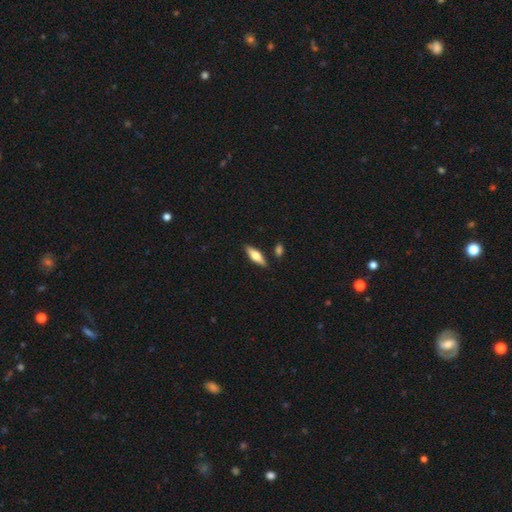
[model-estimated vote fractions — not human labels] This is possibly a smooth galaxy (52%). How rounded: possibly in between (51%). Merging: clearly none (86%).